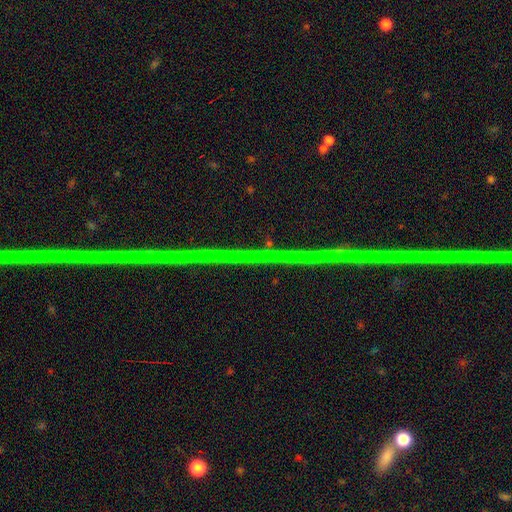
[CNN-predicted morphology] Smooth or featured: star or artifact — 86% (featured or disk — 10%)